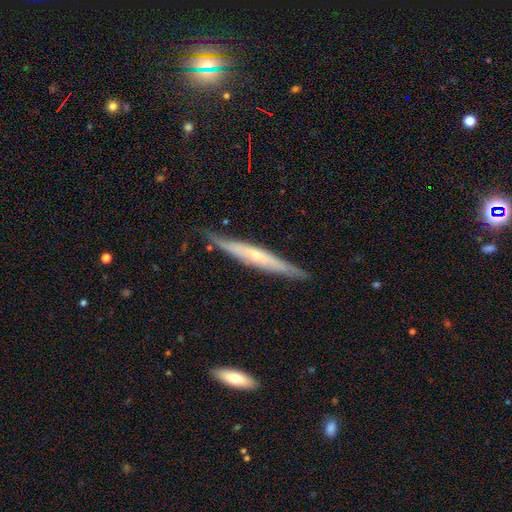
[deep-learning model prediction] The model was most divided on "edge-on bulge": rounded: 47%, none: 46%, boxy: 7%. More confident: edge-on disk — yes (91%); merging — none (82%); smooth or featured — featured or disk (61%).